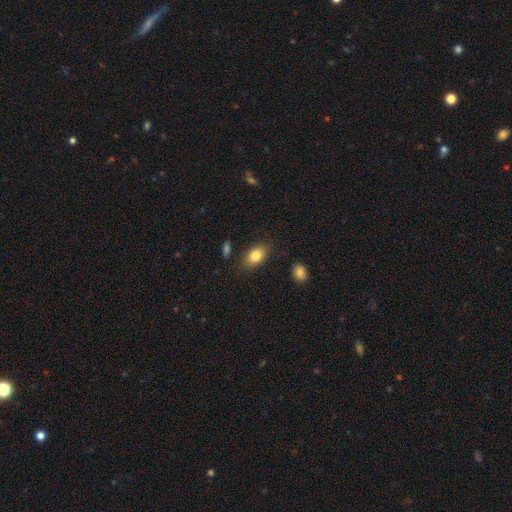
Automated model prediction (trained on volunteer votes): This is clearly a smooth galaxy (82%). How rounded: clearly in between (88%). Merging: clearly none (82%).